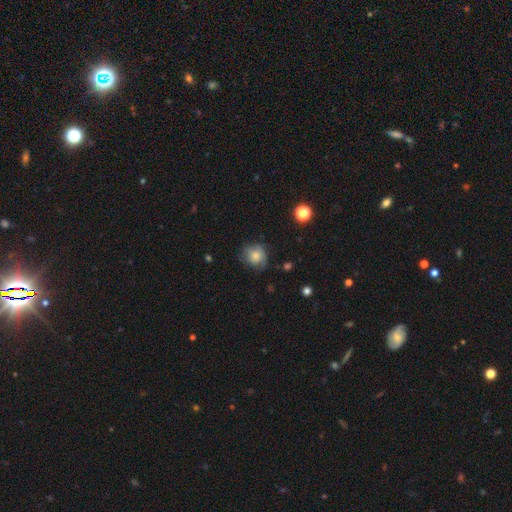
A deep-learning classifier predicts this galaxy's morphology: smooth-or-featured: smooth: 77% | featured or disk: 14% | star or artifact: 9%
  how-rounded: round: 81% | in between: 18% | cigar-shaped: 1%
  merging: none: 65% | minor disturbance: 26% | major disturbance: 8% | merger: 1%